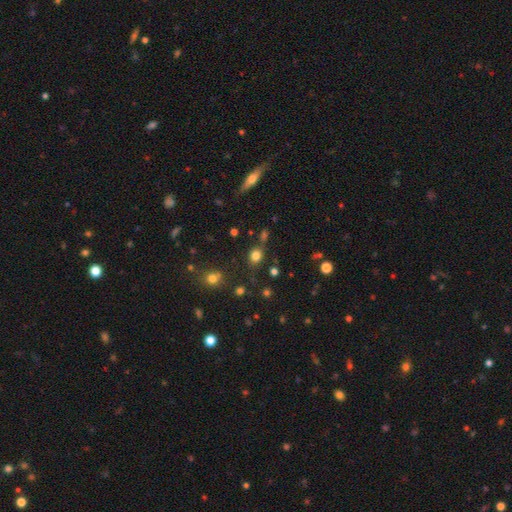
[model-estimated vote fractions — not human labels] smooth 79%, star or artifact 15%, featured or disk 6%. Down the decision tree: how rounded — round (67%); merging — none (76%).